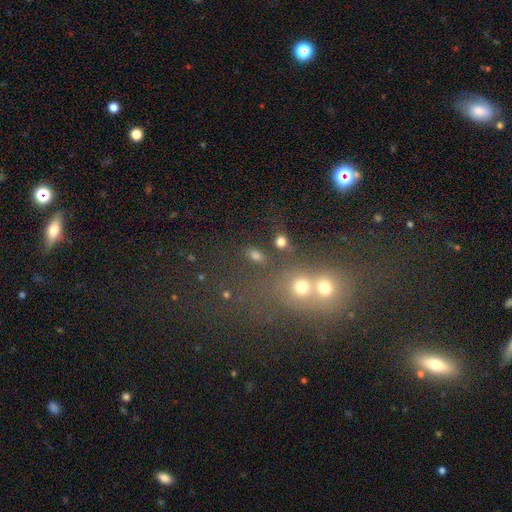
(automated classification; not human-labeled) A smooth galaxy with no disk features (70%) that is in between round and cigar-shaped (73%).

Vote fractions:
- Smooth or featured? smooth: 70% / star or artifact: 19% / featured or disk: 11%
- How rounded? in between: 73% / round: 23% / cigar-shaped: 4%
- Merging? none: 61% / merger: 23% / minor disturbance: 10% / major disturbance: 6%